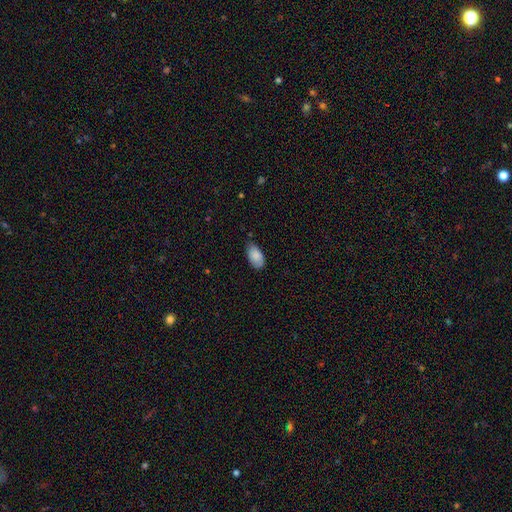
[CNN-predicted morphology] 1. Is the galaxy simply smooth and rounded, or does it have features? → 85% smooth, 9% featured or disk, 7% star or artifact.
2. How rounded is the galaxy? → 95% in between, 3% round, 2% cigar-shaped.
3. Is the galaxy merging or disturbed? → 69% none, 26% minor disturbance, 3% major disturbance, 1% merger.